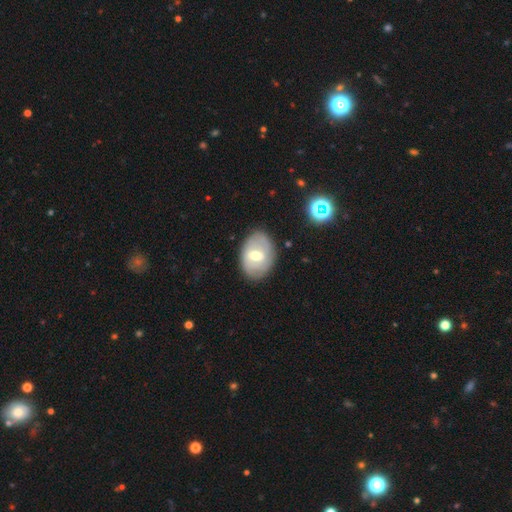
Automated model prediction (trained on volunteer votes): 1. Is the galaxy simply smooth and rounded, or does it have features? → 51% featured or disk, 42% smooth, 7% star or artifact.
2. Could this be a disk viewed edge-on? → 93% no, 7% yes.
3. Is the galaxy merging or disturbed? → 79% none, 15% minor disturbance, 4% major disturbance, 1% merger.